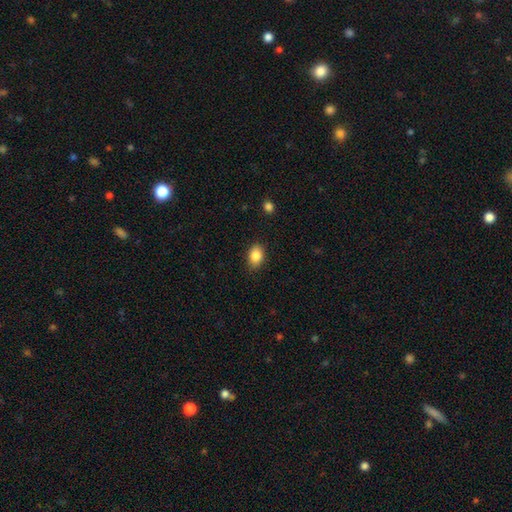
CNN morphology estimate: This is clearly a smooth galaxy (86%). How rounded: likely in between (79%). Merging: clearly none (86%).